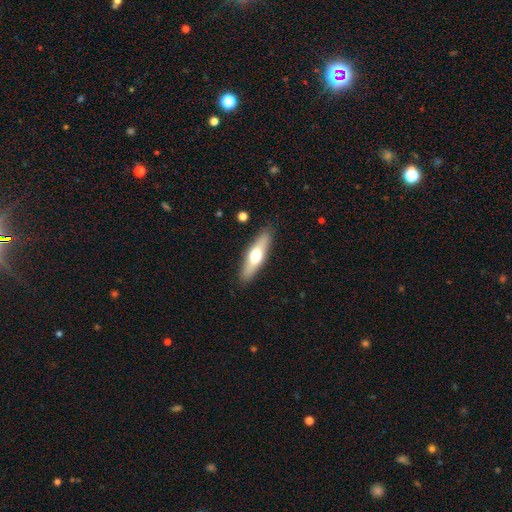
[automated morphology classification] Smooth or featured: smooth — 52% (featured or disk — 42%)
How rounded: cigar-shaped — 66% (in between — 32%)
Merging: none — 88% (minor disturbance — 9%)